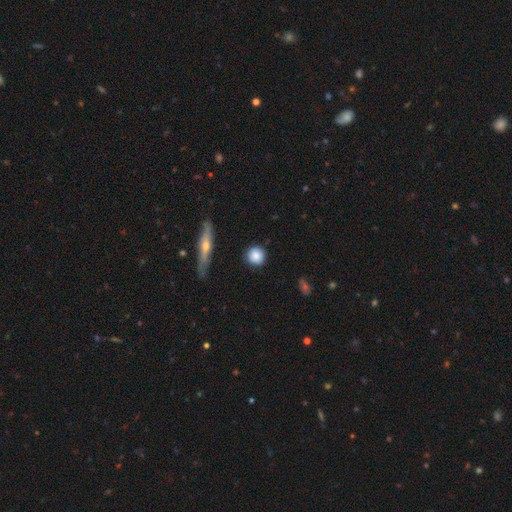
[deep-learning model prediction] This appears to be a smooth galaxy with no disk features (84%) that is round (90%). Merging: none (86%).